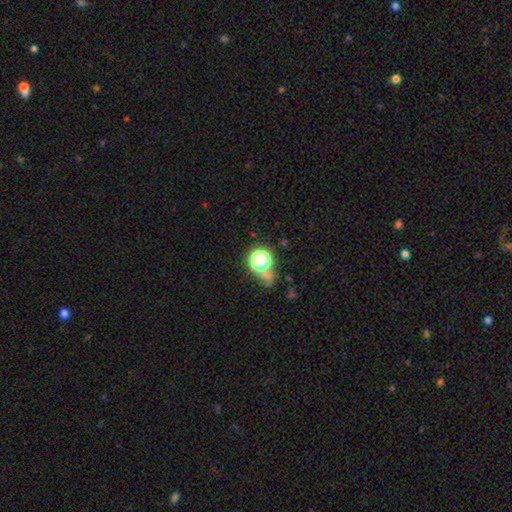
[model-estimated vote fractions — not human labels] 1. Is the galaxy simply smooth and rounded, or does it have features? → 51% smooth, 40% star or artifact, 9% featured or disk.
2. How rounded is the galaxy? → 84% round, 14% in between, 2% cigar-shaped.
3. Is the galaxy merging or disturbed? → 63% none, 15% minor disturbance, 11% merger, 11% major disturbance.